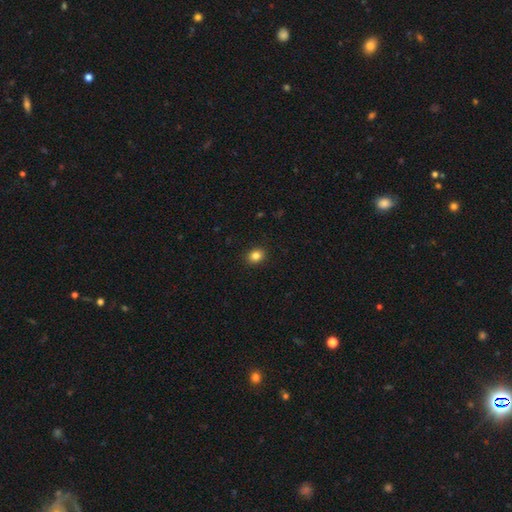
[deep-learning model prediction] A smooth galaxy with no disk features (84%) that is round (56%).

Vote fractions:
- Smooth or featured? smooth: 84% / star or artifact: 11% / featured or disk: 5%
- How rounded? round: 56% / in between: 43% / cigar-shaped: 1%
- Merging? none: 91% / minor disturbance: 7% / major disturbance: 2% / merger: 1%